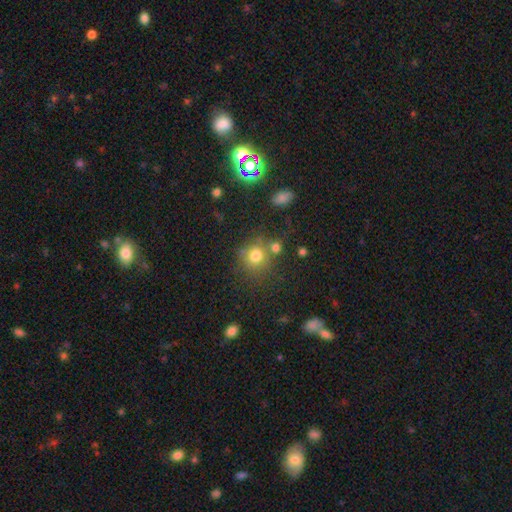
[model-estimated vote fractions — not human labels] A smooth galaxy with no disk features (76%) that is round (87%).

Vote fractions:
- Smooth or featured? smooth: 76% / star or artifact: 15% / featured or disk: 9%
- How rounded? round: 87% / in between: 12% / cigar-shaped: 1%
- Merging? none: 64% / merger: 18% / minor disturbance: 13% / major disturbance: 6%